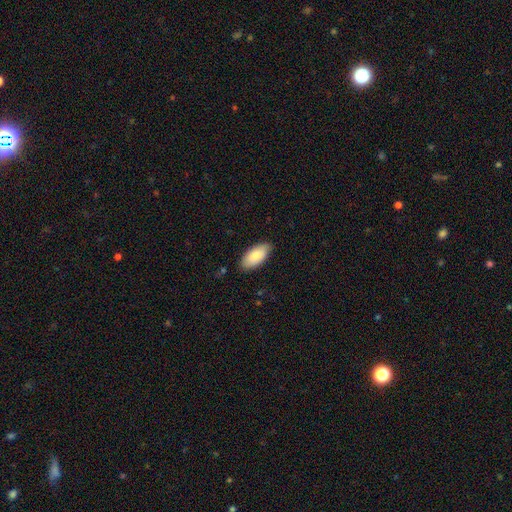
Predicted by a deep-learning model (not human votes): Q: Smooth or featured?
A: smooth (83%); runner-up: featured or disk (11%)
Q: How rounded?
A: in between (93%); runner-up: cigar-shaped (5%)
Q: Merging?
A: none (85%); runner-up: minor disturbance (12%)